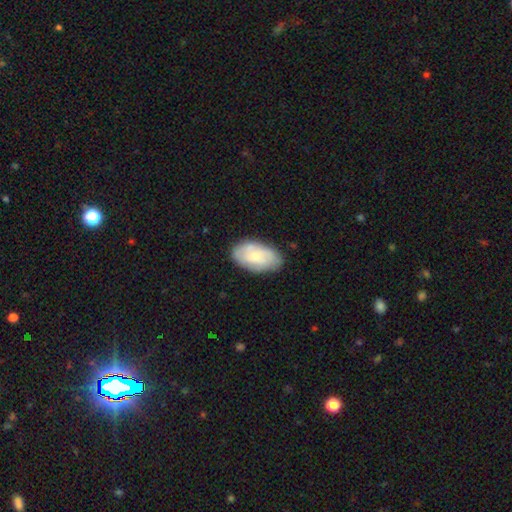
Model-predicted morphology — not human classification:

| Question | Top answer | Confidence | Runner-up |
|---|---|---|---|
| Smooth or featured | smooth | 62% | featured or disk (32%) |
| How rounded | in between | 94% | round (5%) |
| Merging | none | 79% | minor disturbance (16%) |